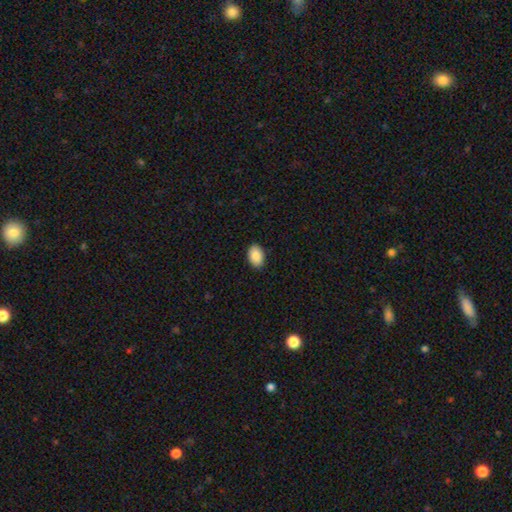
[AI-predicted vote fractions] Q: Smooth or featured?
A: smooth (89%); runner-up: star or artifact (7%)
Q: How rounded?
A: in between (87%); runner-up: round (12%)
Q: Merging?
A: none (90%); runner-up: minor disturbance (8%)